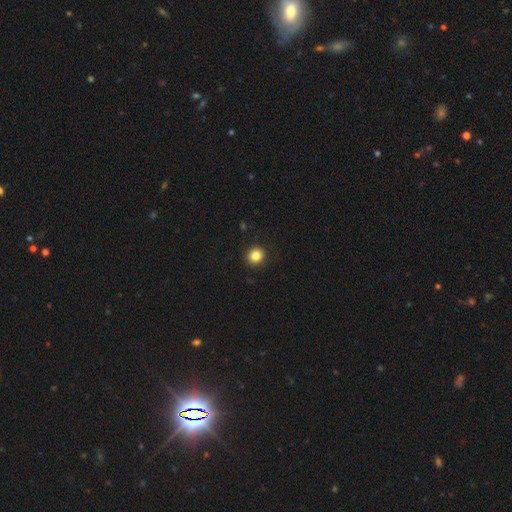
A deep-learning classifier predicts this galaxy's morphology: Smooth or featured: smooth — 85% (star or artifact — 11%)
How rounded: round — 88% (in between — 11%)
Merging: none — 92% (minor disturbance — 5%)